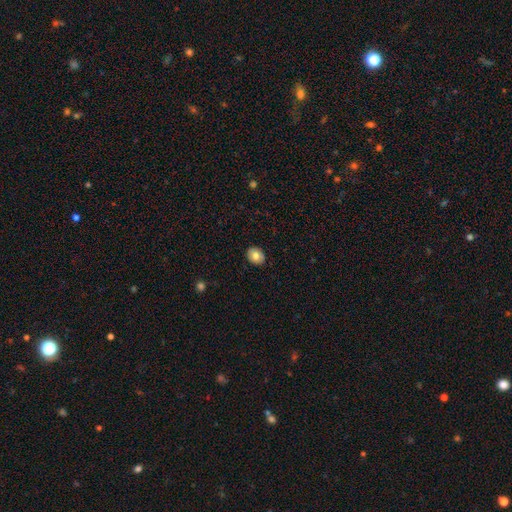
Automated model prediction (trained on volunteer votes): A smooth galaxy with no disk features (78%) that is round (52%).

Vote fractions:
- Smooth or featured? smooth: 78% / featured or disk: 14% / star or artifact: 8%
- How rounded? round: 52% / in between: 47% / cigar-shaped: 1%
- Merging? none: 88% / minor disturbance: 9% / major disturbance: 2% / merger: 1%